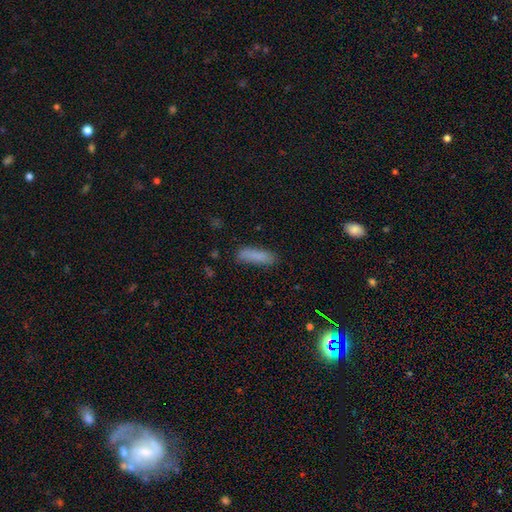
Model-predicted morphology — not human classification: smooth-or-featured: smooth: 84% | star or artifact: 8% | featured or disk: 7%
  how-rounded: cigar-shaped: 67% | in between: 31% | round: 2%
  merging: none: 81% | minor disturbance: 14% | major disturbance: 3% | merger: 2%